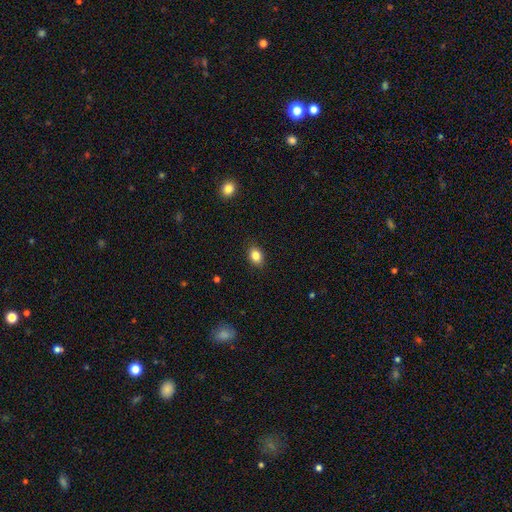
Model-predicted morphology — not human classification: smooth 84%, star or artifact 9%, featured or disk 6%. Down the decision tree: how rounded — in between (74%); merging — none (88%).